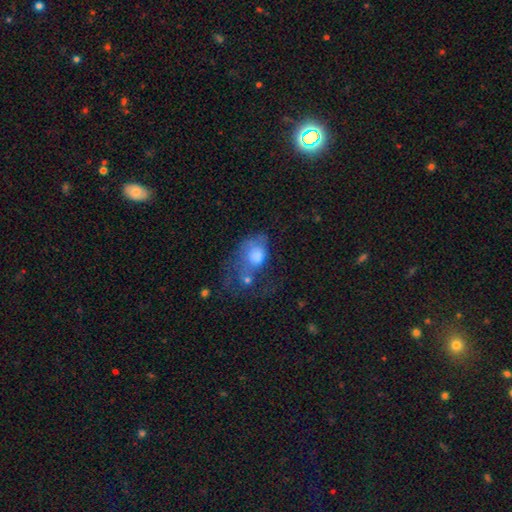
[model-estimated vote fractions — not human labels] smooth_or_featured: smooth (p=0.56) [alt: featured or disk p=0.33]
how_rounded: in between (p=0.71) [alt: round p=0.27]
merging: major disturbance (p=0.47) [alt: merger p=0.19]